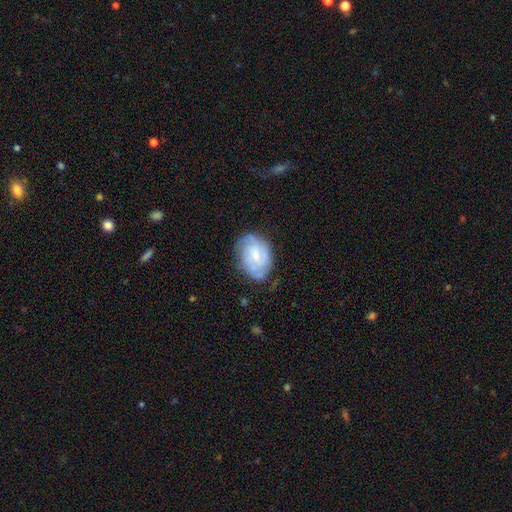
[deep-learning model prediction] The model was most divided on "spiral arm count": can't tell: 36%, 2: 33%, 3: 17%, 4: 6%, 1: 4%, more than 4: 3%. Remaining: edge-on disk — no (97%); spiral arms — yes (87%); smooth or featured — featured or disk (68%); merging — none (68%); bulge size — small (59%); bar — weak (51%); spiral winding — tight (49%).